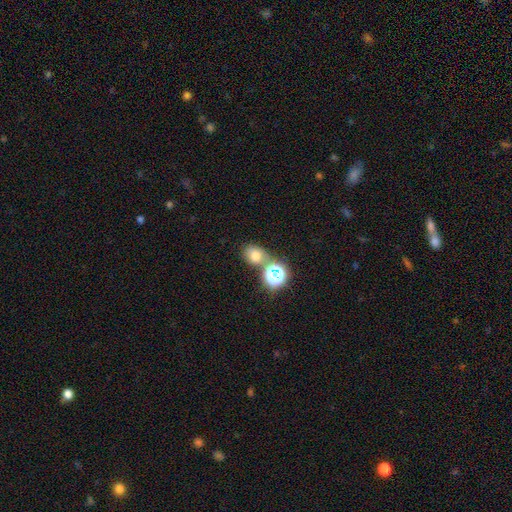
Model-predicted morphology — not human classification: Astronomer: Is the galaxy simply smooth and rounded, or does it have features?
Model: smooth — 66%.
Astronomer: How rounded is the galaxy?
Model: round — 54% (runner-up: in between, 45%).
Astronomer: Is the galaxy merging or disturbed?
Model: none — 56%.